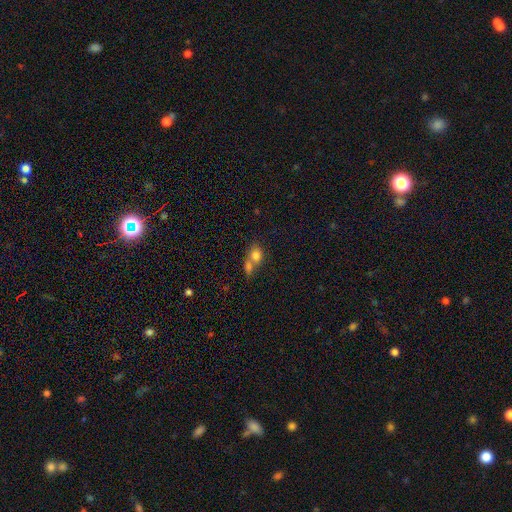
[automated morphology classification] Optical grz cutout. It shows a smooth galaxy with no disk features (78%) that is in between round and cigar-shaped (51%). Merging: merger (62%).